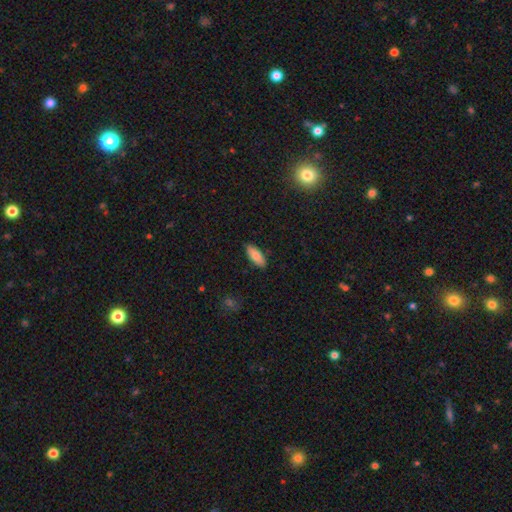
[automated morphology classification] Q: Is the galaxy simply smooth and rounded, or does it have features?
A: smooth — 82%.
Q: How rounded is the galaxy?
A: in between — 79%.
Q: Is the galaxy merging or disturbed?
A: none — 89%.